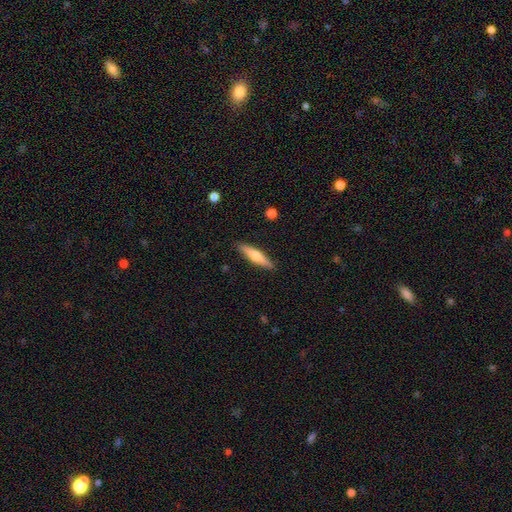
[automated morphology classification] smooth 52%, featured or disk 42%, star or artifact 6%. Down the decision tree: how rounded — cigar-shaped (81%); merging — none (90%).